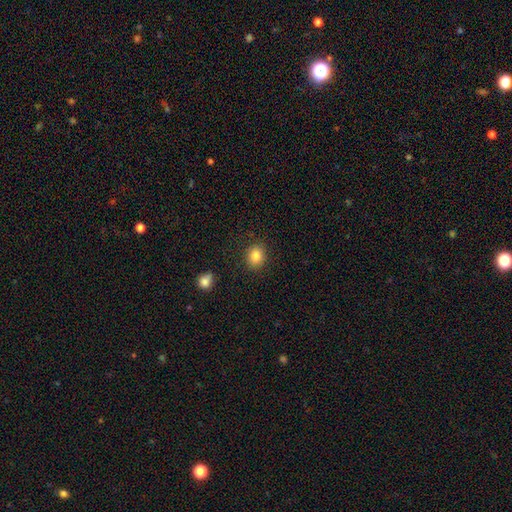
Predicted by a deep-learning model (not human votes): Q: Smooth or featured?
A: smooth (84%); runner-up: star or artifact (10%)
Q: How rounded?
A: round (55%); runner-up: in between (45%)
Q: Merging?
A: none (87%); runner-up: minor disturbance (9%)